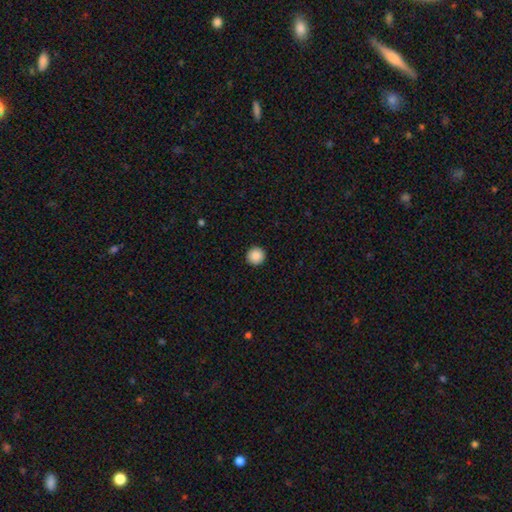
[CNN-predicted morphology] The model was most divided on "smooth or featured": smooth: 88%, star or artifact: 9%, featured or disk: 3%. More confident: how rounded — round (96%); merging — none (94%).